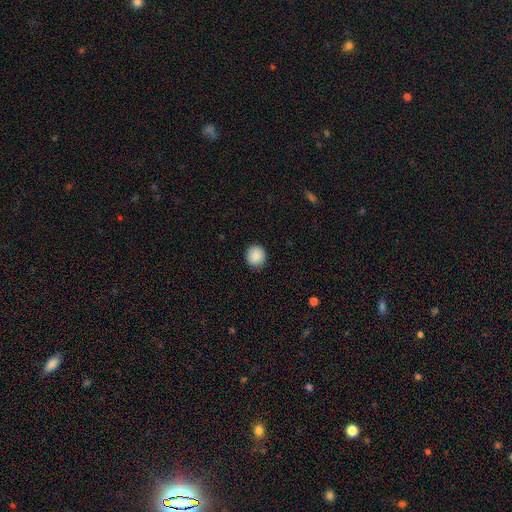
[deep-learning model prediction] Q: Smooth or featured?
A: smooth (89%); runner-up: star or artifact (8%)
Q: How rounded?
A: round (90%); runner-up: in between (10%)
Q: Merging?
A: none (91%); runner-up: minor disturbance (6%)